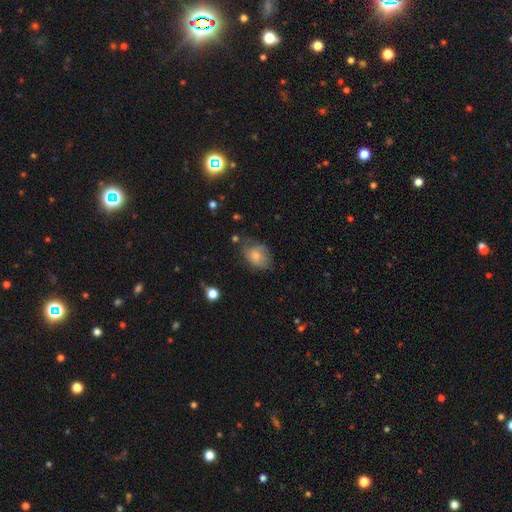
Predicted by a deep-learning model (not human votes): A smooth galaxy with no disk features (60%) that is in between round and cigar-shaped (73%). Merging: none (62%).